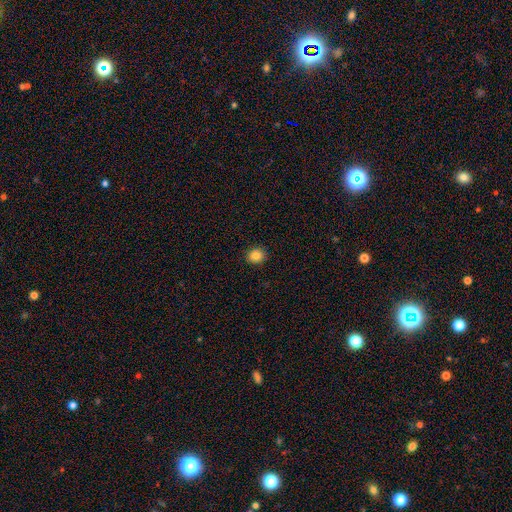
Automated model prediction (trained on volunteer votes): Overall: smooth (84%). How rounded: round (78%). Merging: none (92%).